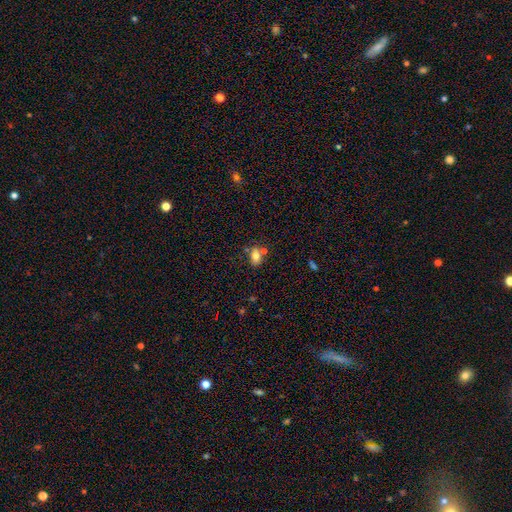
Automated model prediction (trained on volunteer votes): Smooth or featured?
  - smooth: 75% *
  - featured or disk: 13%
  - star or artifact: 12%
How rounded?
  - in between: 80% *
  - round: 17%
  - cigar-shaped: 3%
Merging?
  - none: 56% *
  - merger: 23%
  - minor disturbance: 16%
  - major disturbance: 5%